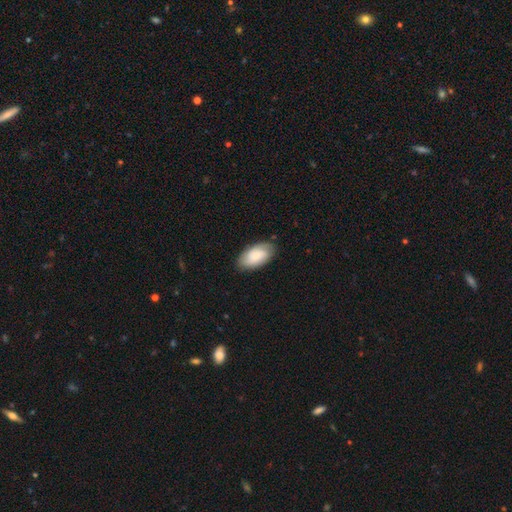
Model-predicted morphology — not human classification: A smooth galaxy with no disk features (73%) that is in between round and cigar-shaped (95%).

Vote fractions:
- Smooth or featured? smooth: 73% / featured or disk: 20% / star or artifact: 6%
- How rounded? in between: 95% / round: 3% / cigar-shaped: 3%
- Merging? none: 82% / minor disturbance: 14% / major disturbance: 3% / merger: 1%